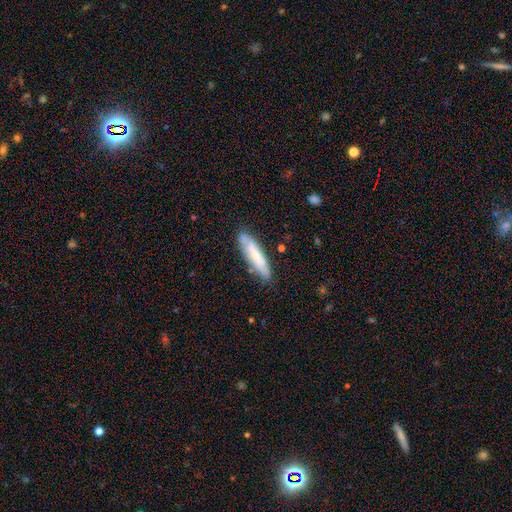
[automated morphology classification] Smooth or featured: smooth — 57% (featured or disk — 36%)
How rounded: cigar-shaped — 73% (in between — 26%)
Merging: none — 79% (minor disturbance — 16%)